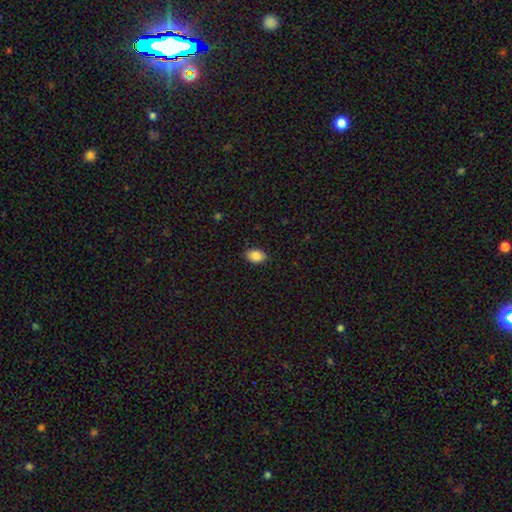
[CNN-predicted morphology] type=smooth (88%); roundness=in between (84%); merging=none (88%).